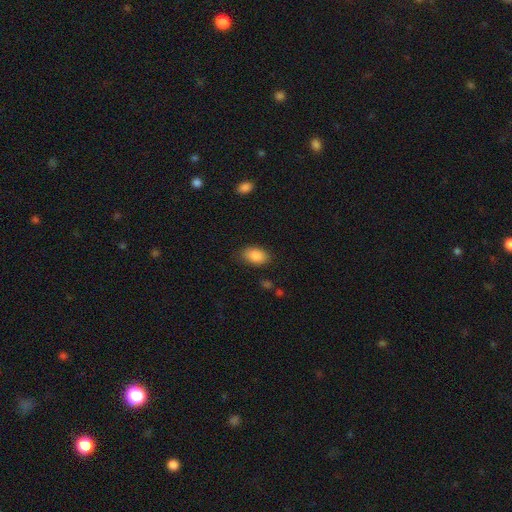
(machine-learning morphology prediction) A smooth galaxy with no disk features (87%) that is in between round and cigar-shaped (90%). Merging: none (82%).